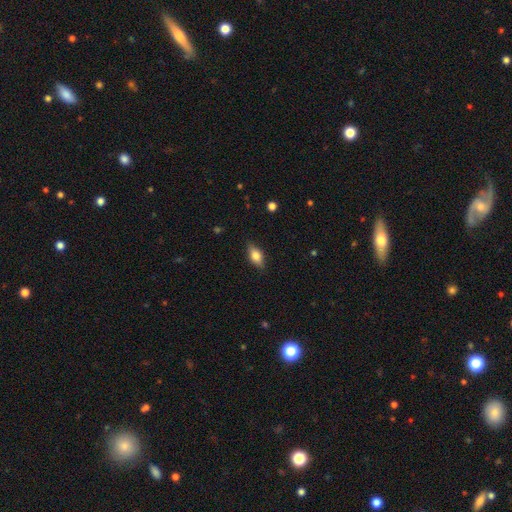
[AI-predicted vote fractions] smooth 69%, featured or disk 24%, star or artifact 8%. Down the decision tree: how rounded — in between (82%); merging — none (83%).